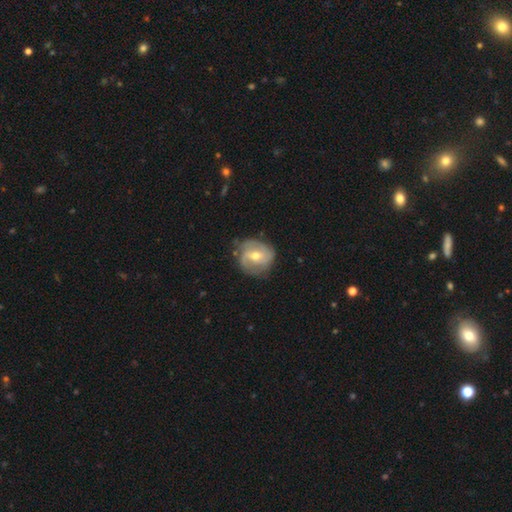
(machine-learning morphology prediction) The model was most divided on "spiral winding": medium: 43%, tight: 37%, loose: 20%. Remaining: edge-on disk — no (97%); spiral arms — yes (88%); smooth or featured — featured or disk (74%); merging — none (70%); bulge size — moderate (65%); spiral arm count — 2 (59%); bar — weak (48%).